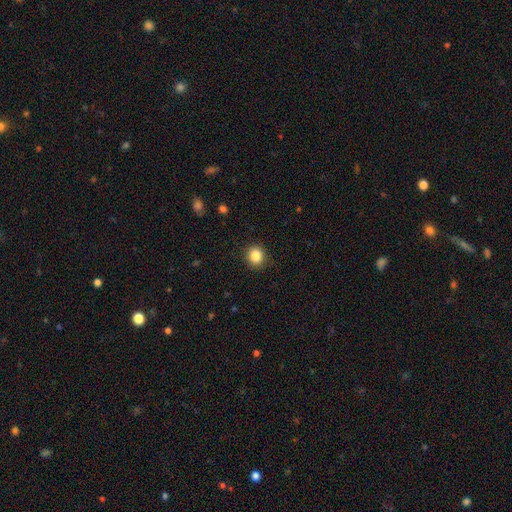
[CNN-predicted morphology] Smooth or featured? smooth (85%)
How rounded? round (81%)
Merging? none (90%)